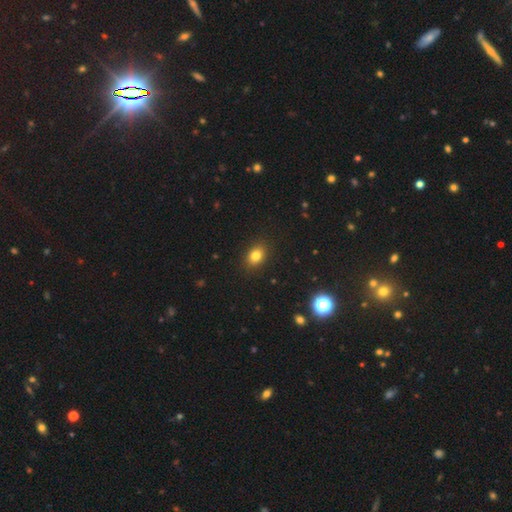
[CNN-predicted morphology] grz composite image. It shows a smooth galaxy with no disk features (81%) that is in between round and cigar-shaped (68%). Merging: none (89%).